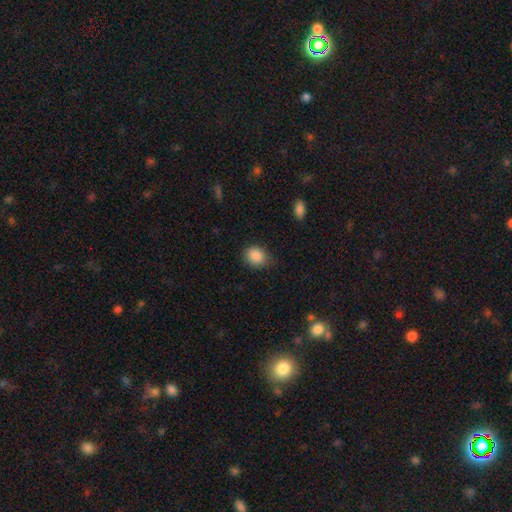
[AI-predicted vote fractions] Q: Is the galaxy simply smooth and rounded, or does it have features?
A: smooth — 87%.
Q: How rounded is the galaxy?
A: round — 59%.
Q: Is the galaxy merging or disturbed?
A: none — 79%.